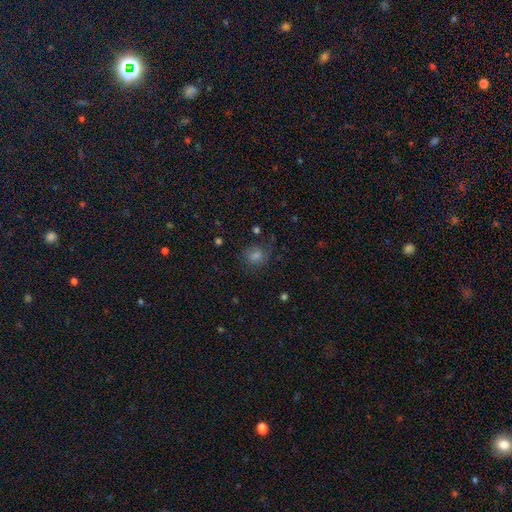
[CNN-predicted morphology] A smooth galaxy with no disk features (55%) that is round (72%). Merging: none (68%).